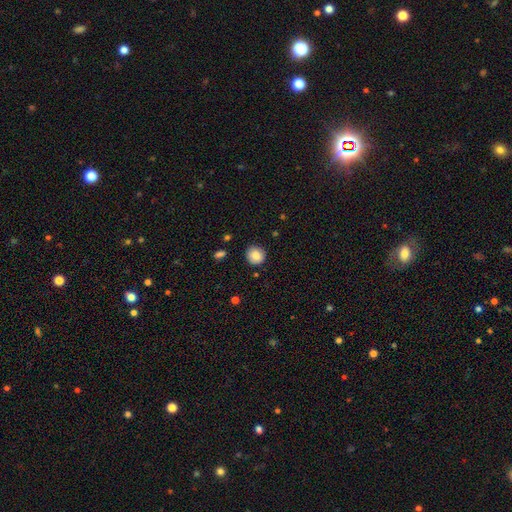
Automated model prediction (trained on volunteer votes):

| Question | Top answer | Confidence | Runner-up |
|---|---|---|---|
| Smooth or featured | smooth | 85% | star or artifact (9%) |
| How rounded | round | 89% | in between (10%) |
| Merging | none | 86% | minor disturbance (10%) |